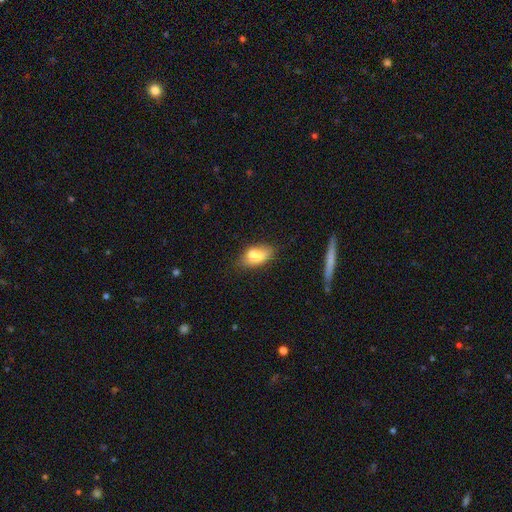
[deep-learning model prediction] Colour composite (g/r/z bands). It shows a smooth galaxy with no disk features (71%) that is in between round and cigar-shaped (87%). Merging: none (49%).